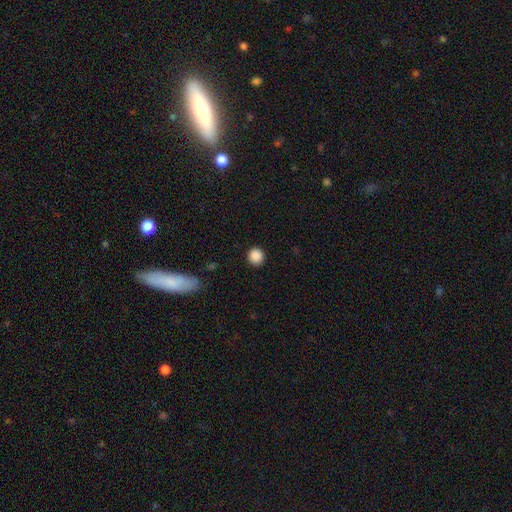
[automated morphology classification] The model was most divided on "smooth or featured": smooth: 88%, star or artifact: 10%, featured or disk: 3%. More confident: how rounded — round (93%); merging — none (91%).